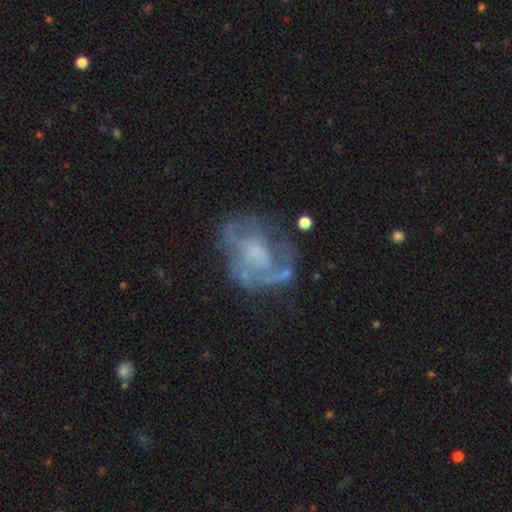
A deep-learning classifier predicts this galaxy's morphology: A featured or disk galaxy (73%) with no bar (74%), spiral arms (59%) and no central bulge (36%). Merging: none (48%).